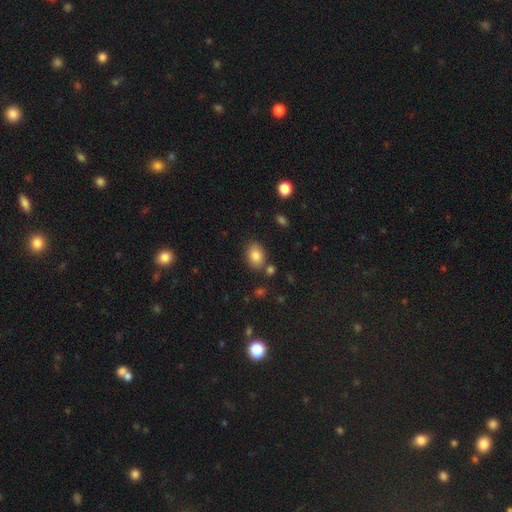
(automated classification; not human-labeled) Q: Smooth or featured?
A: smooth (84%); runner-up: star or artifact (8%)
Q: How rounded?
A: in between (70%); runner-up: round (29%)
Q: Merging?
A: none (76%); runner-up: minor disturbance (13%)